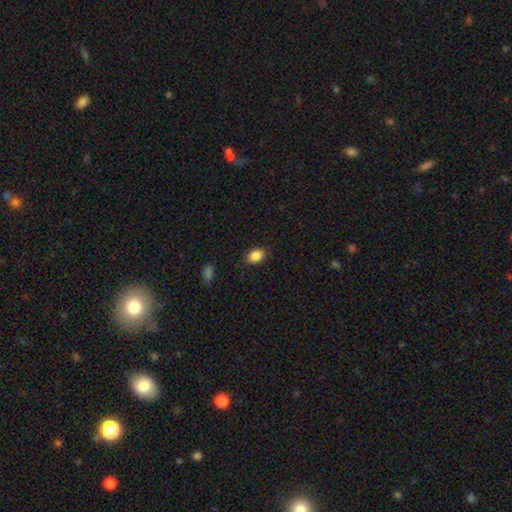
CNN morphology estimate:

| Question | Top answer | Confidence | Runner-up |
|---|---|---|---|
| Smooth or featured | smooth | 86% | star or artifact (9%) |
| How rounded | in between | 66% | round (33%) |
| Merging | none | 85% | minor disturbance (11%) |